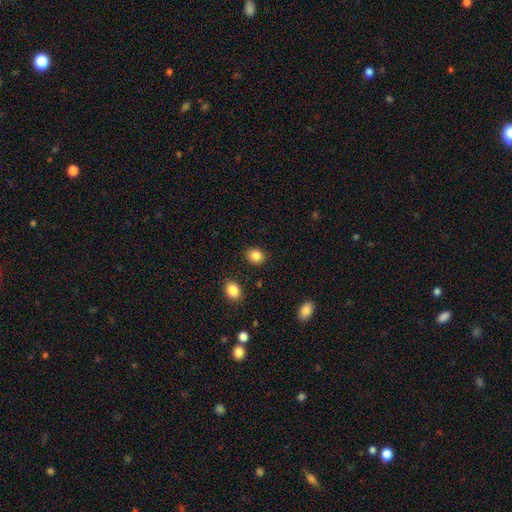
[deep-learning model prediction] Smooth or featured?
  - smooth: 85% *
  - star or artifact: 10%
  - featured or disk: 5%
How rounded?
  - round: 58% *
  - in between: 42%
  - cigar-shaped: 1%
Merging?
  - none: 86% *
  - minor disturbance: 10%
  - major disturbance: 3%
  - merger: 2%